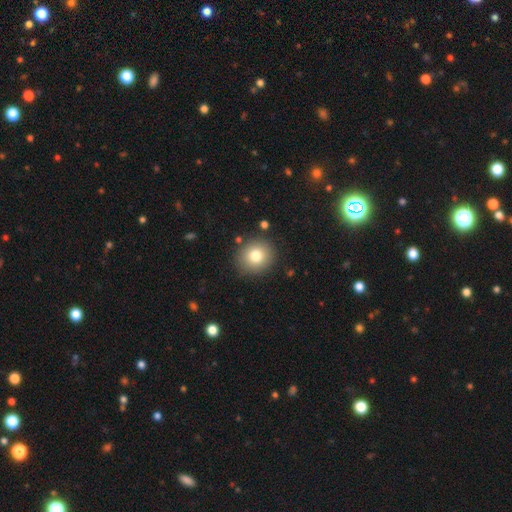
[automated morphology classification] type=smooth (79%); roundness=round (86%); merging=none (87%).